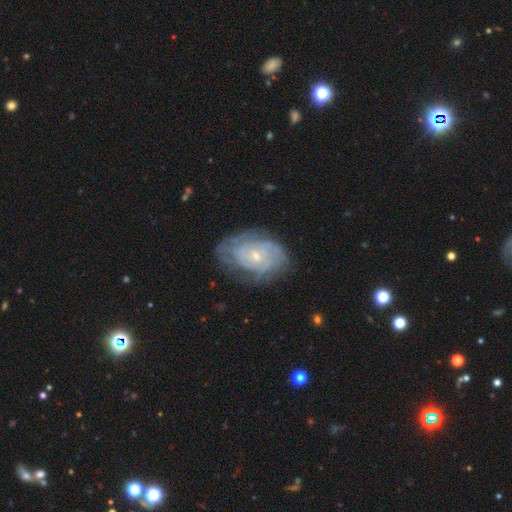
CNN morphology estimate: This appears to be a featured or disk galaxy (79%) with no bar (76%), tight (74%) spiral arms (91%) and a small central bulge (70%). Merging: none (71%).